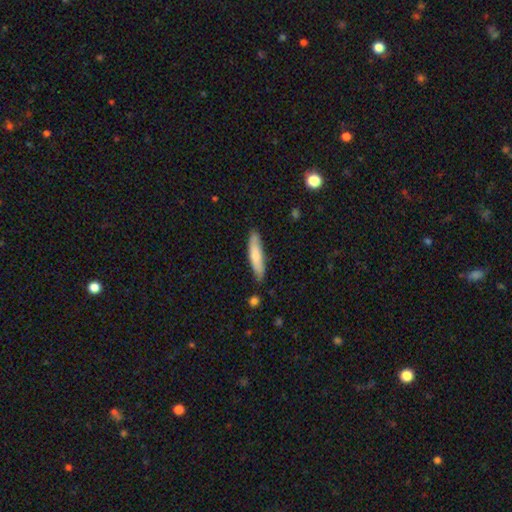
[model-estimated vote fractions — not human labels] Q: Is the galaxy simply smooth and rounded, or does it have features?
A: smooth — 72%.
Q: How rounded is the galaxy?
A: cigar-shaped — 80%.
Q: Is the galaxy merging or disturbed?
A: none — 80%.